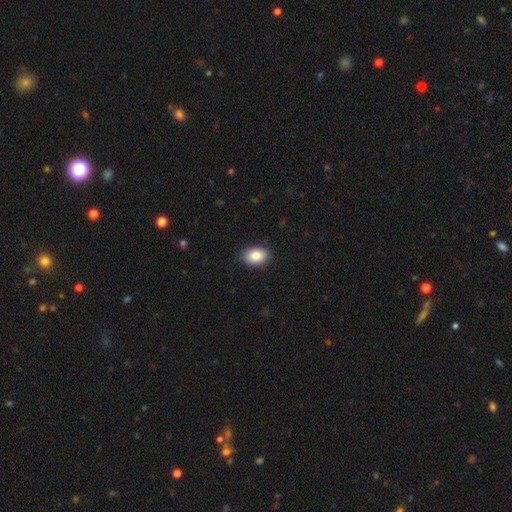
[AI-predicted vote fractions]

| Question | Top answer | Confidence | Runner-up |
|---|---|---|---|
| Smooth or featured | smooth | 87% | star or artifact (7%) |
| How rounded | in between | 82% | round (17%) |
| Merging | none | 89% | minor disturbance (9%) |